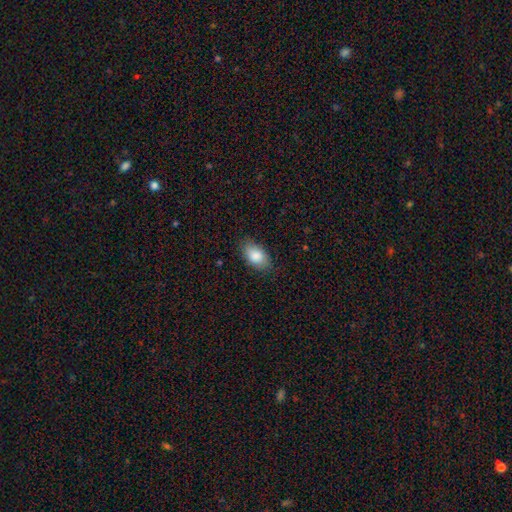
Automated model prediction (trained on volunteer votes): This is clearly a smooth galaxy (86%). How rounded: clearly in between (92%). Merging: clearly none (82%).